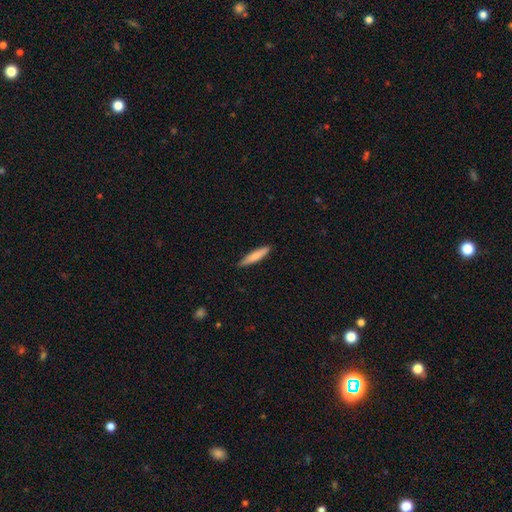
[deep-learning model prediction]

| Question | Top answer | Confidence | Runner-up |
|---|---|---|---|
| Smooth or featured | smooth | 77% | featured or disk (17%) |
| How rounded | cigar-shaped | 87% | in between (11%) |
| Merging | none | 88% | minor disturbance (10%) |